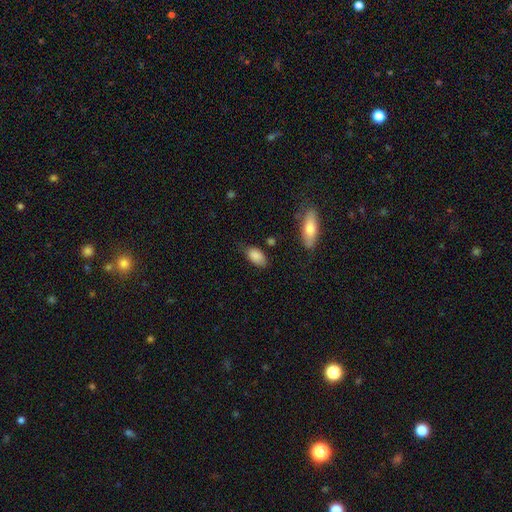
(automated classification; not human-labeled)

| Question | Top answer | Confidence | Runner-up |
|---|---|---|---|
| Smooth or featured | smooth | 87% | star or artifact (7%) |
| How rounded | in between | 93% | round (4%) |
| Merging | none | 66% | minor disturbance (25%) |